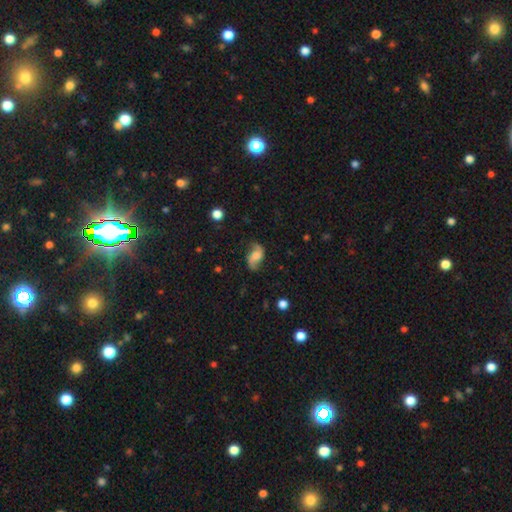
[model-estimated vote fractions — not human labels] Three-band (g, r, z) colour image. It shows a featured or disk galaxy (67%) with no bar (59%), 2 (91%) loose (73%) spiral arms (92%) and a moderate central bulge (53%). Merging: none (72%).